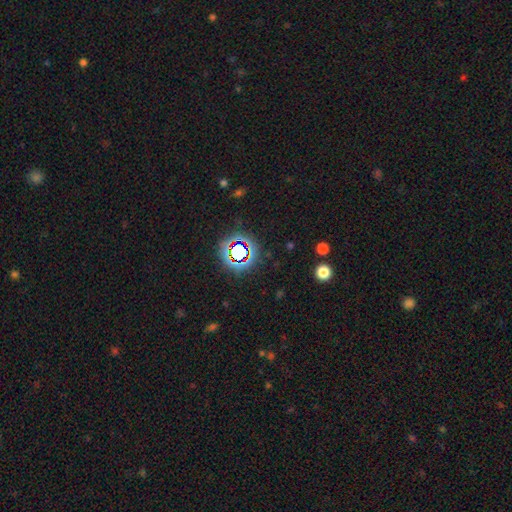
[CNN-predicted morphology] This appears to be a star or artifact, not a galaxy (76%).